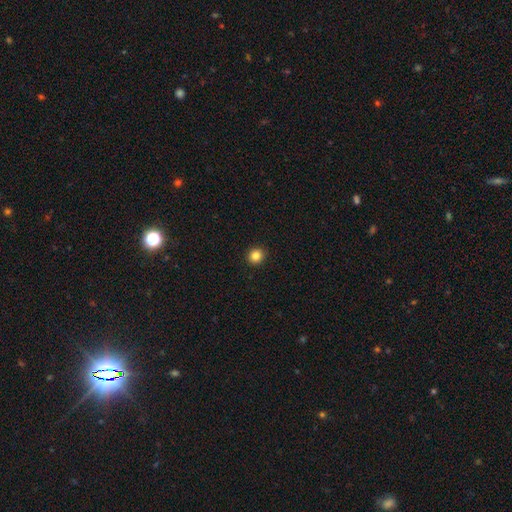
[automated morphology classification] smooth-or-featured: smooth: 84% | star or artifact: 11% | featured or disk: 4%
  how-rounded: round: 91% | in between: 8% | cigar-shaped: 1%
  merging: none: 93% | minor disturbance: 4% | major disturbance: 1% | merger: 1%